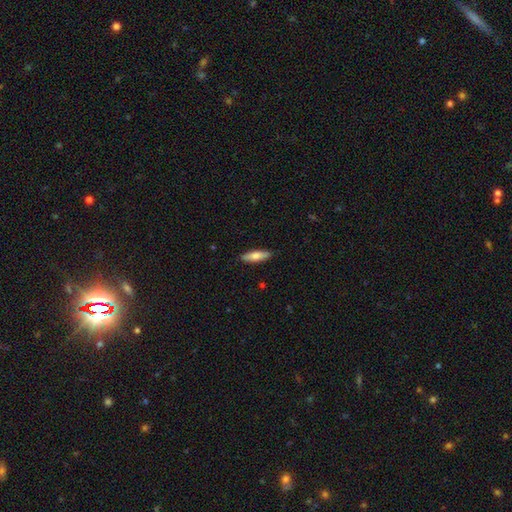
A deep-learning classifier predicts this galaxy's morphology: smooth_or_featured: smooth (p=0.70) [alt: featured or disk p=0.25]
how_rounded: cigar-shaped (p=0.65) [alt: in between p=0.33]
merging: none (p=0.89) [alt: minor disturbance p=0.08]